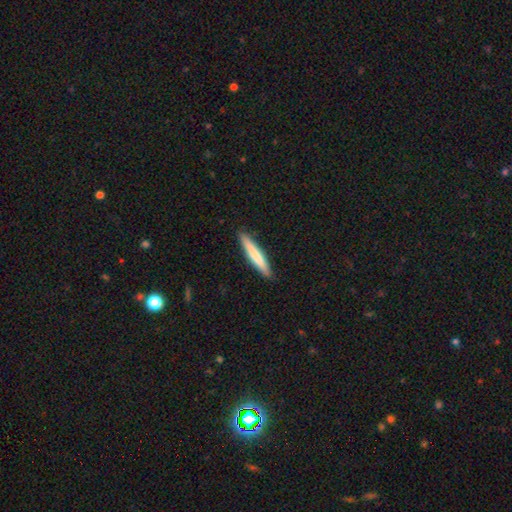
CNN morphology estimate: A smooth galaxy with no disk features (72%) that is cigar-shaped (93%). Merging: none (89%).